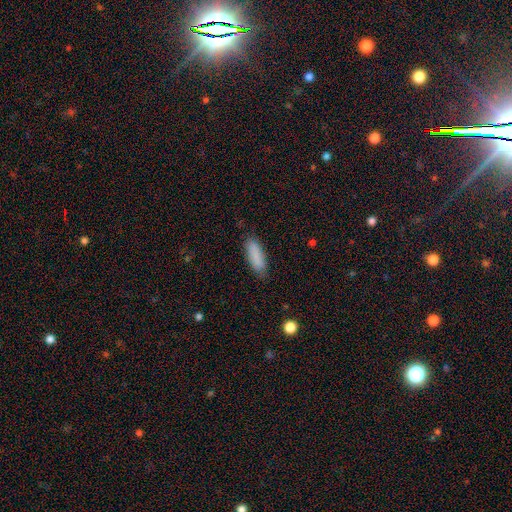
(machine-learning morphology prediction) This is clearly a smooth galaxy (88%). How rounded: possibly in between (54%). Merging: clearly none (83%).